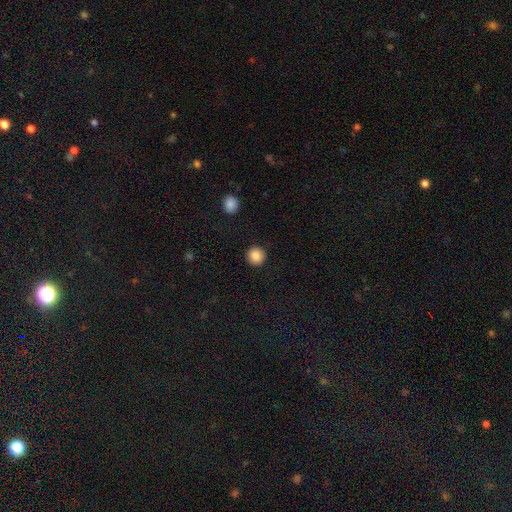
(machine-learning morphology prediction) smooth 88%, star or artifact 9%, featured or disk 3%. Down the decision tree: how rounded — round (95%); merging — none (93%).